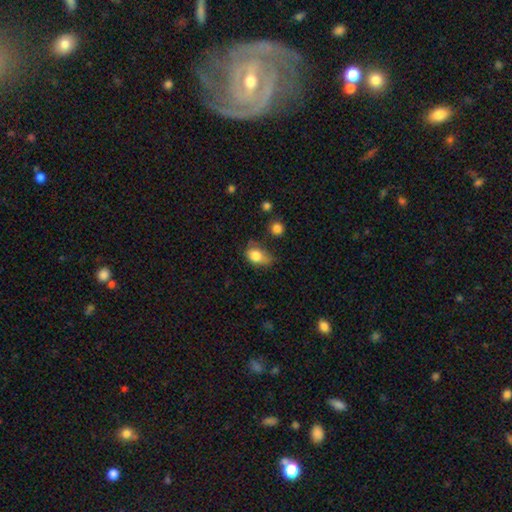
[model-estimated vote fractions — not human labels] This is clearly a smooth galaxy (81%). How rounded: likely in between (78%). Merging: marginally minor disturbance (41%).